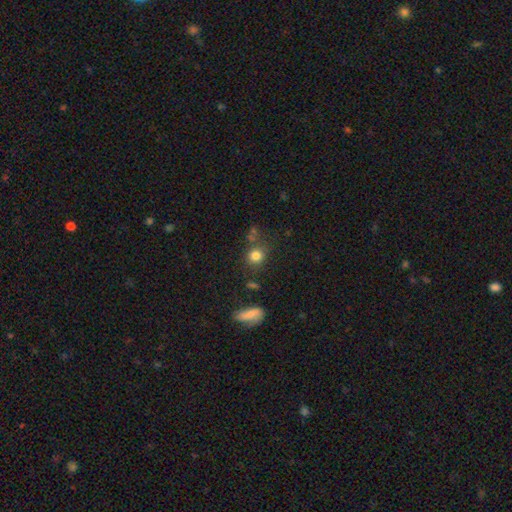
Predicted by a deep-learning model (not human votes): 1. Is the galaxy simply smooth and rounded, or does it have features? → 81% smooth, 12% star or artifact, 7% featured or disk.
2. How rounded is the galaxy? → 81% round, 18% in between, 1% cigar-shaped.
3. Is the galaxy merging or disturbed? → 71% none, 14% minor disturbance, 9% merger, 6% major disturbance.